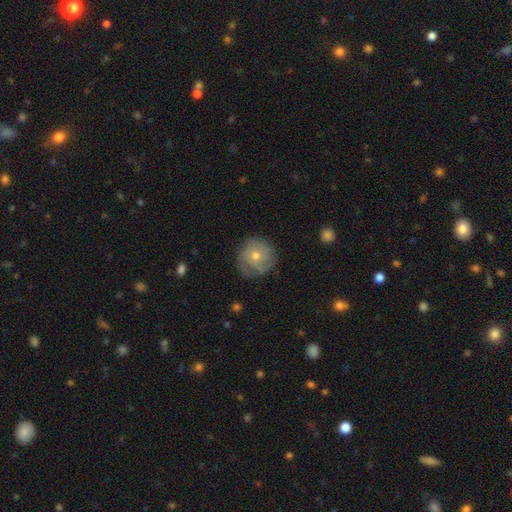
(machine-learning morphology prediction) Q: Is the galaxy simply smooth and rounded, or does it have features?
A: featured or disk — 59%.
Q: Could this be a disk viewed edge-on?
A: no — 97%.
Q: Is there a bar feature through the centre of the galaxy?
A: no — 83%.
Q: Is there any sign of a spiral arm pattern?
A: yes — 83%.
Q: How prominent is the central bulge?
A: small — 49%.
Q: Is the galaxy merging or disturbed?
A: none — 76%.